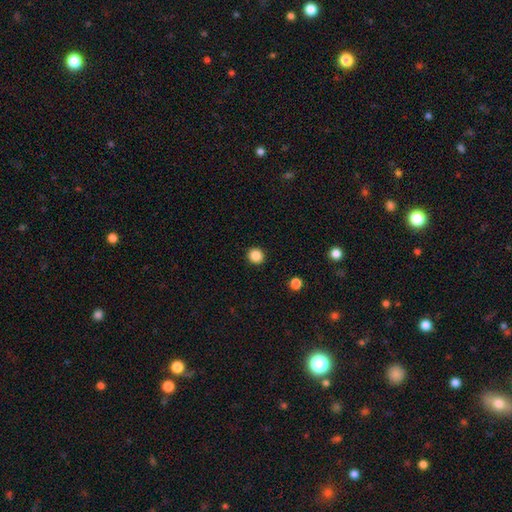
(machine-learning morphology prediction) Smooth or featured? smooth (86%)
How rounded? round (90%)
Merging? none (93%)